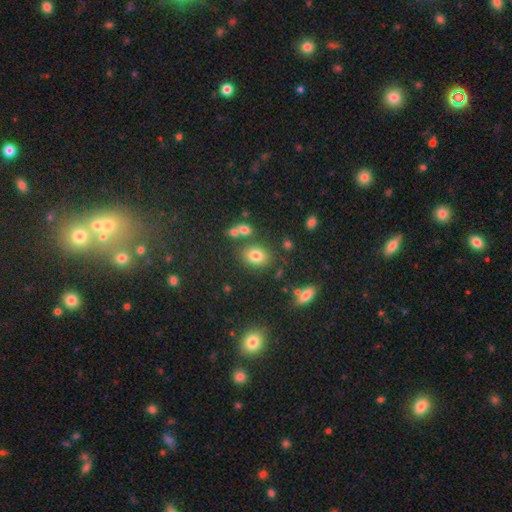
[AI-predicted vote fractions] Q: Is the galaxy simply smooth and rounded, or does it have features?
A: smooth — 76%.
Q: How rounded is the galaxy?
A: in between — 56%.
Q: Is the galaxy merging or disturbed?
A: none — 75%.